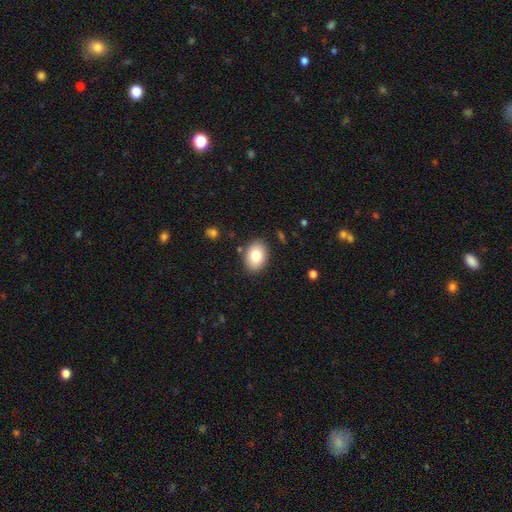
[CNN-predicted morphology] A smooth galaxy with no disk features (81%) that is in between round and cigar-shaped (77%).

Vote fractions:
- Smooth or featured? smooth: 81% / featured or disk: 11% / star or artifact: 8%
- How rounded? in between: 77% / round: 23% / cigar-shaped: 1%
- Merging? none: 86% / minor disturbance: 9% / major disturbance: 2% / merger: 2%